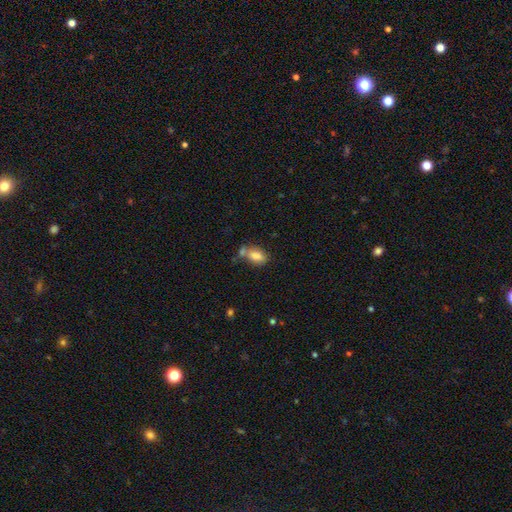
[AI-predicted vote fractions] Overall: smooth (81%). How rounded: in between (88%). Merging: none (46%; merger 29%).